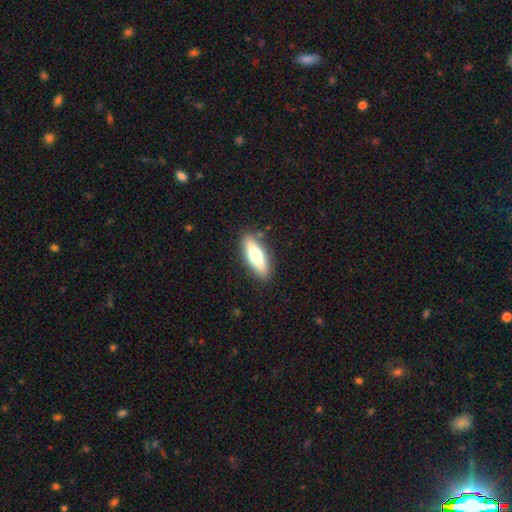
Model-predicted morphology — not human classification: A smooth galaxy with no disk features (56%) that is in between round and cigar-shaped (50%). Merging: none (87%).